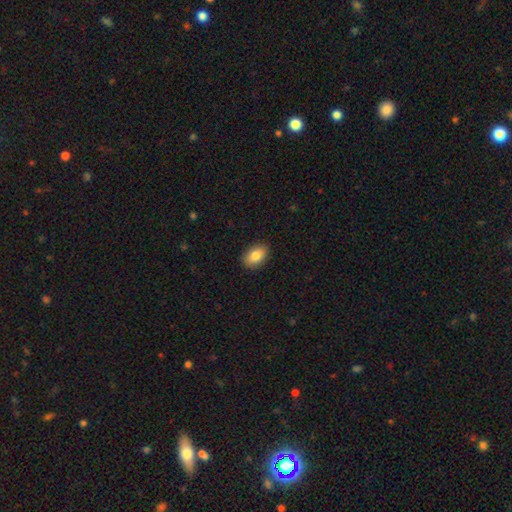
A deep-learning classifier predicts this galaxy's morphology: Q: Smooth or featured?
A: smooth (85%); runner-up: featured or disk (8%)
Q: How rounded?
A: in between (88%); runner-up: round (11%)
Q: Merging?
A: none (89%); runner-up: minor disturbance (8%)